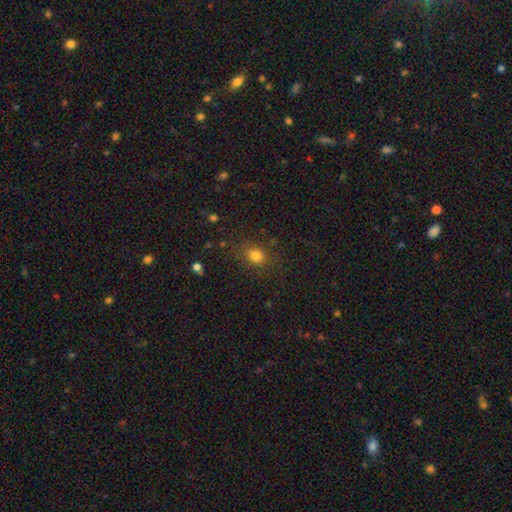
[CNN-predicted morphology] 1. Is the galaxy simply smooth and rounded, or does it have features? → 79% smooth, 14% star or artifact, 7% featured or disk.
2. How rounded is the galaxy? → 60% round, 38% in between, 1% cigar-shaped.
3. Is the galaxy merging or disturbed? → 80% none, 12% minor disturbance, 5% major disturbance, 2% merger.